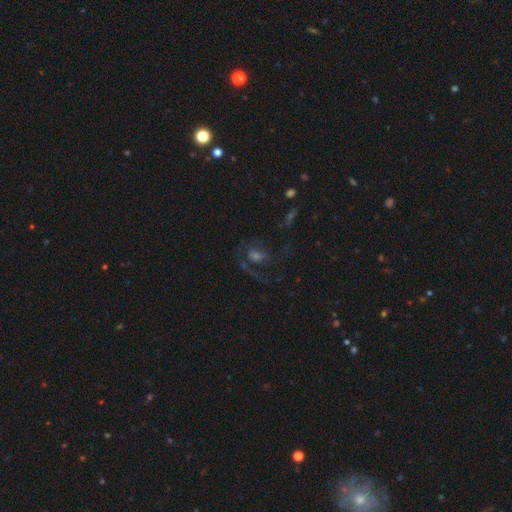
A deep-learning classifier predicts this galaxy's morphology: Smooth or featured: featured or disk — 59% (star or artifact — 21%)
Edge-on disk: no — 96% (yes — 4%)
Bar: no — 54% (weak — 35%)
Spiral arms: yes — 80% (no — 20%)
Bulge size: moderate — 44% (small — 28%)
Merging: none — 51% (major disturbance — 31%)